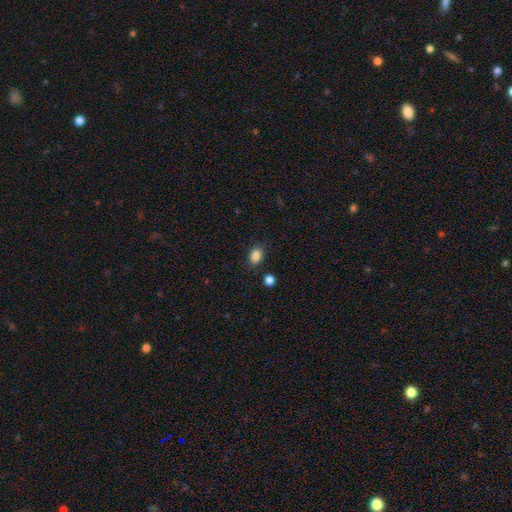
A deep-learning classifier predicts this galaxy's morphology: A smooth galaxy with no disk features (86%) that is in between round and cigar-shaped (71%). Merging: none (82%).